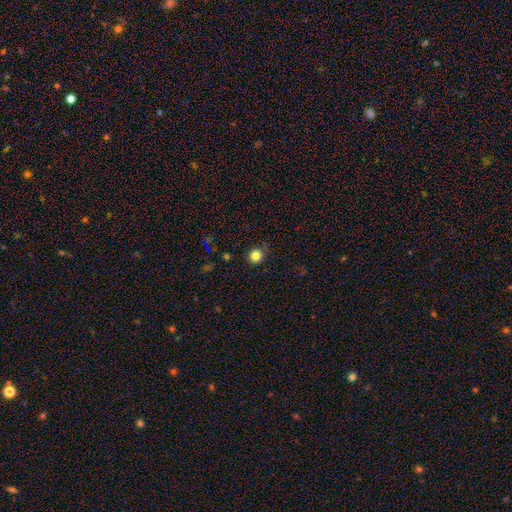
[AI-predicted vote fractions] This is clearly a smooth galaxy (82%). How rounded: clearly round (90%). Merging: likely none (80%).